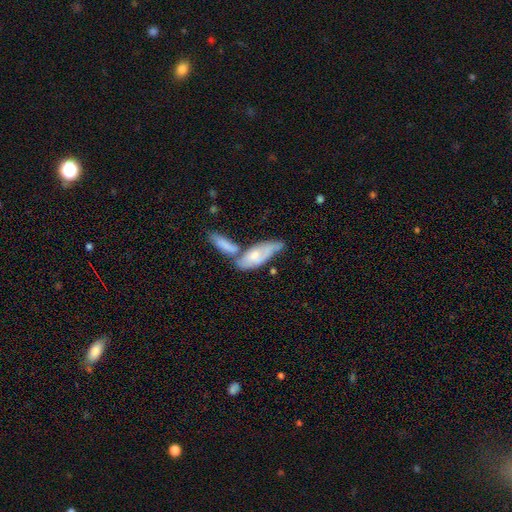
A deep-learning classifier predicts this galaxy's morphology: type=smooth (52%); roundness=in between (68%); merging=merger (47%).